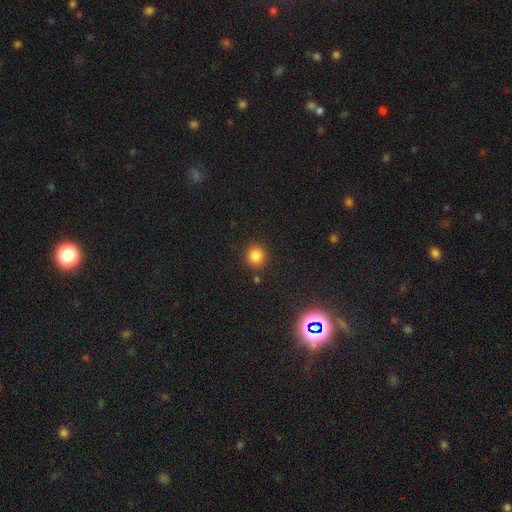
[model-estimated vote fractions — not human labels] smooth 82%, star or artifact 13%, featured or disk 5%. Down the decision tree: how rounded — round (88%); merging — none (87%).